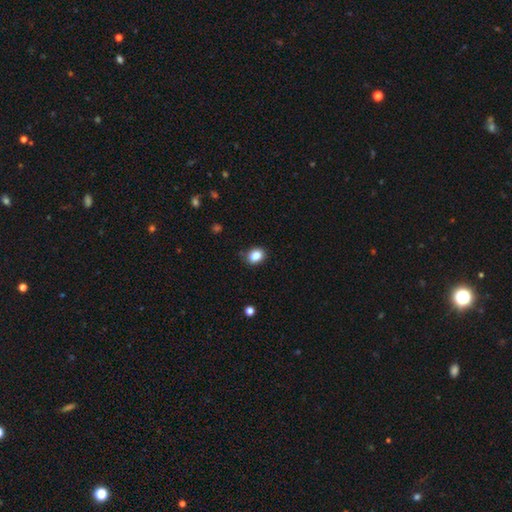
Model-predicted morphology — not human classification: smooth-or-featured: smooth: 85% | star or artifact: 10% | featured or disk: 5%
  how-rounded: in between: 58% | round: 41% | cigar-shaped: 1%
  merging: none: 83% | minor disturbance: 12% | major disturbance: 3% | merger: 1%